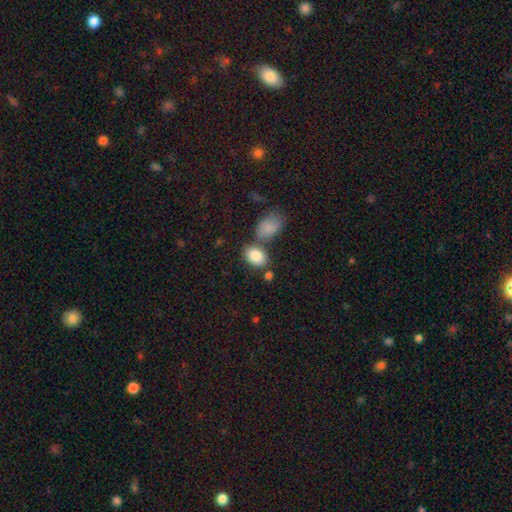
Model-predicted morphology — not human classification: This is clearly a smooth galaxy (85%). How rounded: clearly in between (84%). Merging: possibly none (59%).